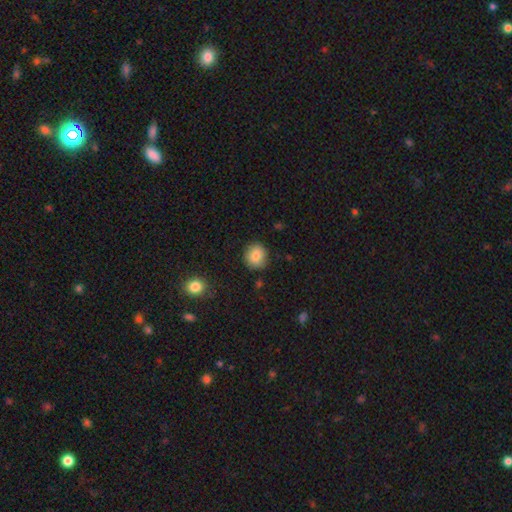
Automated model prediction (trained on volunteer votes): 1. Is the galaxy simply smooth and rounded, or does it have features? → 84% smooth, 9% star or artifact, 7% featured or disk.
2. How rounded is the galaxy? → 89% round, 10% in between, 1% cigar-shaped.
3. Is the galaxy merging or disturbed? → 88% none, 8% minor disturbance, 2% major disturbance, 1% merger.